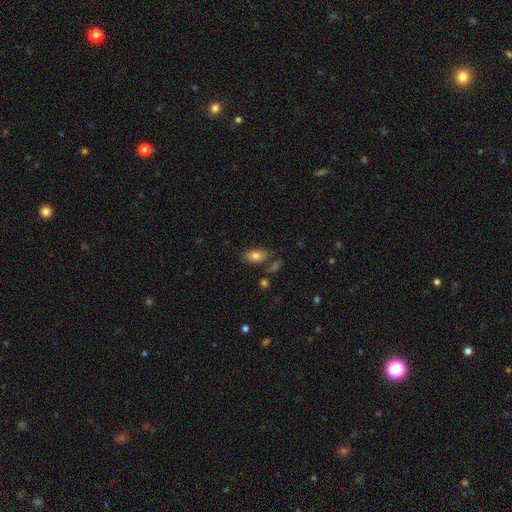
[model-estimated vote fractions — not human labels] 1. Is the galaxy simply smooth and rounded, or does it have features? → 76% smooth, 16% featured or disk, 8% star or artifact.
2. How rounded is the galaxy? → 87% in between, 8% cigar-shaped, 5% round.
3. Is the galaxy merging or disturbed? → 68% none, 19% minor disturbance, 8% merger, 5% major disturbance.